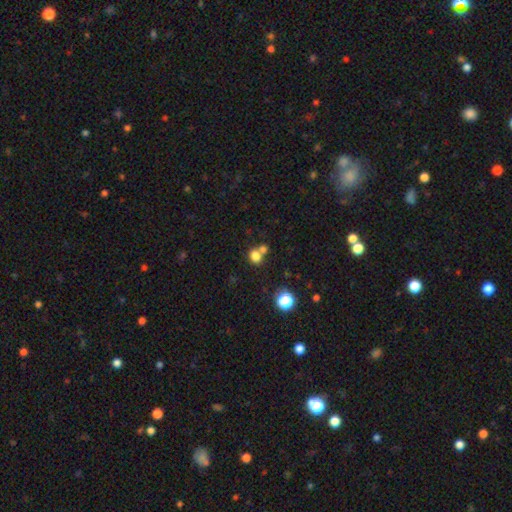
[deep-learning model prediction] Smooth or featured: smooth — 78% (star or artifact — 14%)
How rounded: round — 62% (in between — 37%)
Merging: none — 48% (merger — 40%)